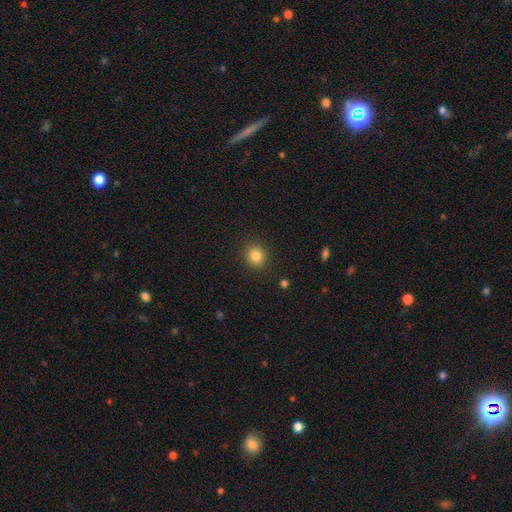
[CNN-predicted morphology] A smooth galaxy with no disk features (83%) that is round (80%). Merging: none (90%).